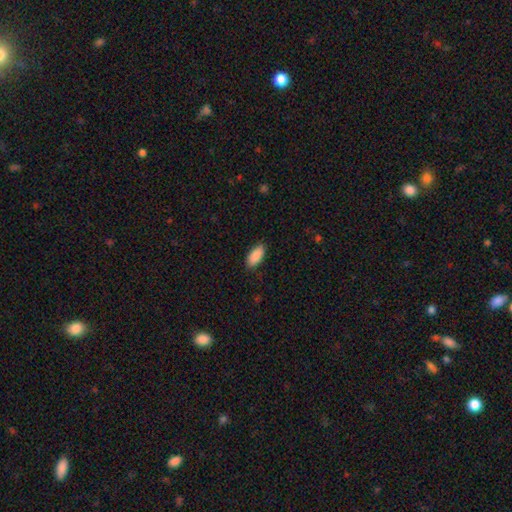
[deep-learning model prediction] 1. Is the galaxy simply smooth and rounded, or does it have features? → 90% smooth, 6% star or artifact, 4% featured or disk.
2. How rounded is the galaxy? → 90% in between, 8% cigar-shaped, 2% round.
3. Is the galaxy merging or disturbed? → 87% none, 10% minor disturbance, 2% major disturbance, 1% merger.